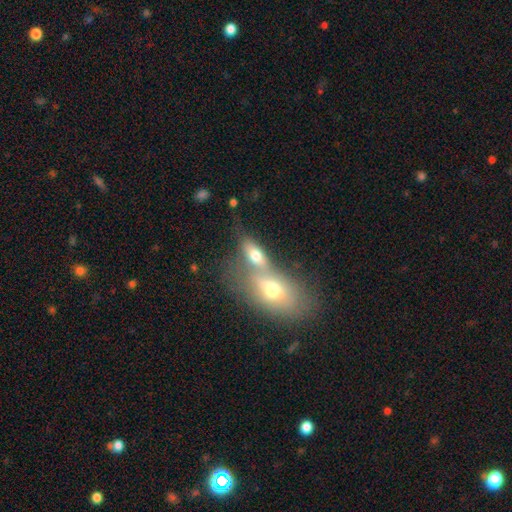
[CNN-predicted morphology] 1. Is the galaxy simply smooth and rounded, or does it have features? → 65% smooth, 24% featured or disk, 11% star or artifact.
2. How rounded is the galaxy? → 78% in between, 11% round, 10% cigar-shaped.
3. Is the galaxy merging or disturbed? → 59% merger, 27% none, 8% minor disturbance, 6% major disturbance.